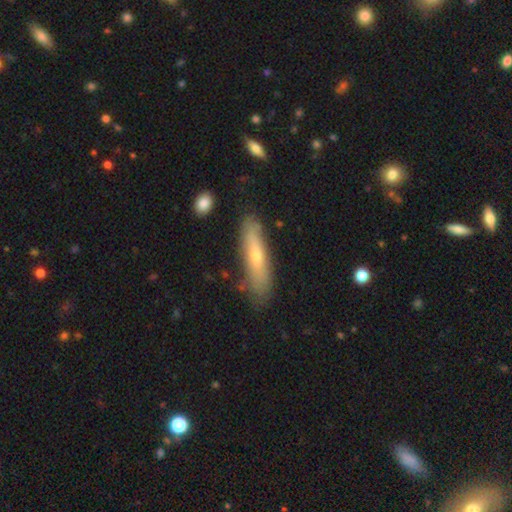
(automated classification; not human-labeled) A smooth galaxy with no disk features (55%) that is cigar-shaped (78%).

Vote fractions:
- Smooth or featured? smooth: 55% / featured or disk: 39% / star or artifact: 6%
- How rounded? cigar-shaped: 78% / in between: 21% / round: 2%
- Merging? none: 79% / minor disturbance: 16% / major disturbance: 3% / merger: 2%